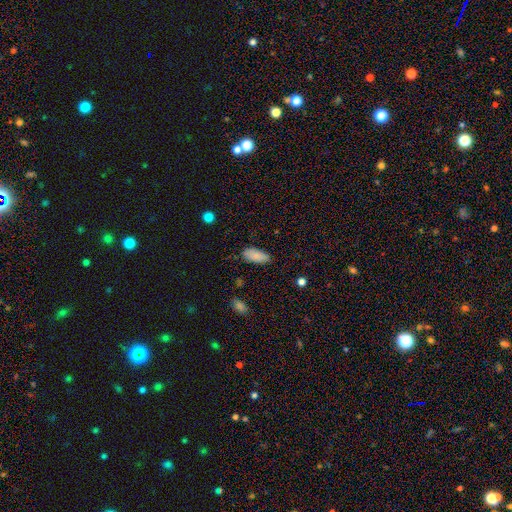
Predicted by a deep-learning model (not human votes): This appears to be a smooth galaxy with no disk features (86%) that is in between round and cigar-shaped (88%). Merging: none (80%).